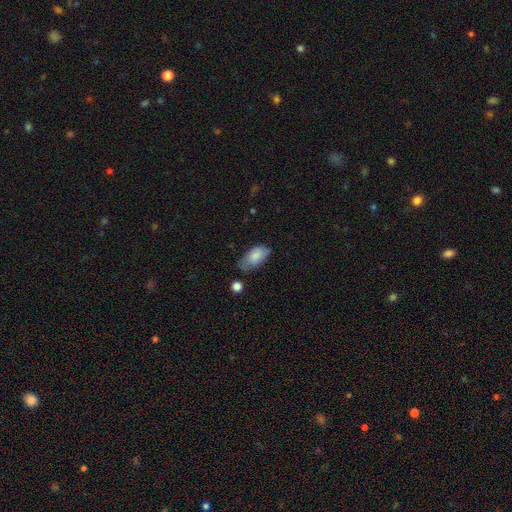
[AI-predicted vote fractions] smooth-or-featured: smooth: 79% | featured or disk: 14% | star or artifact: 7%
  how-rounded: in between: 93% | round: 3% | cigar-shaped: 3%
  merging: none: 49% | minor disturbance: 37% | major disturbance: 10% | merger: 4%